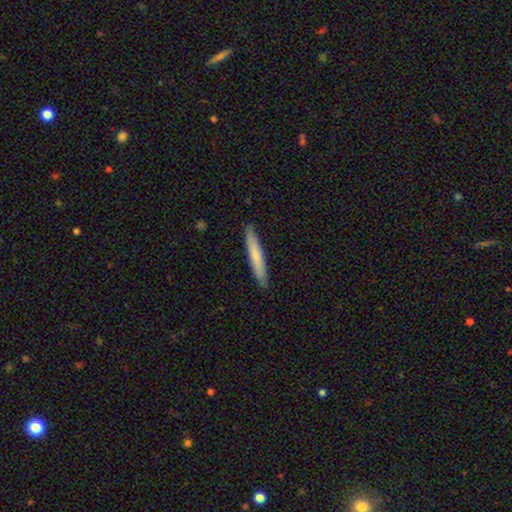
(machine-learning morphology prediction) Smooth or featured?
  - smooth: 74% *
  - featured or disk: 21%
  - star or artifact: 5%
How rounded?
  - cigar-shaped: 95% *
  - in between: 4%
  - round: 1%
Merging?
  - none: 90% *
  - minor disturbance: 7%
  - major disturbance: 1%
  - merger: 1%